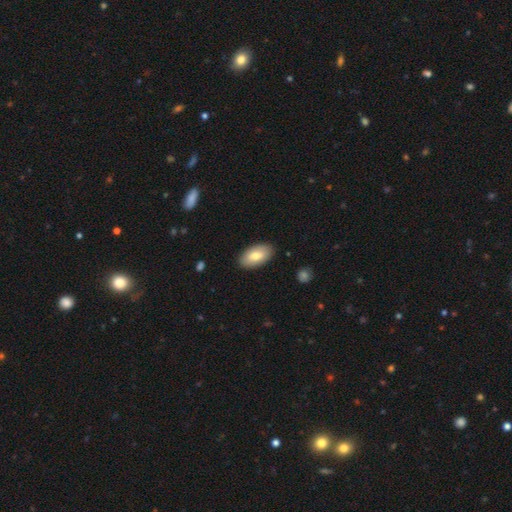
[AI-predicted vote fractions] Smooth or featured: smooth — 75% (featured or disk — 20%)
How rounded: in between — 95% (round — 3%)
Merging: none — 88% (minor disturbance — 9%)